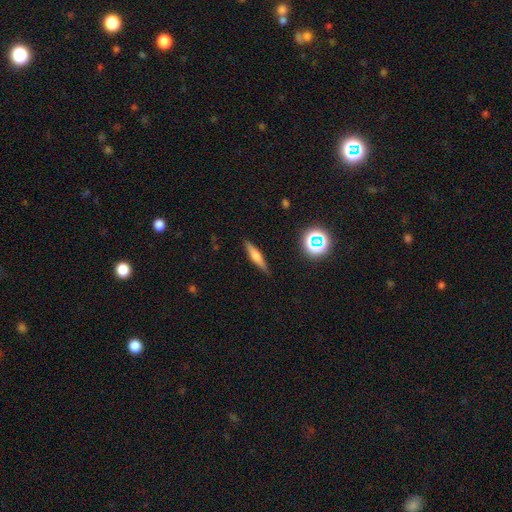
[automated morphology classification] This is possibly a smooth galaxy (51%). How rounded: clearly cigar-shaped (82%). Merging: clearly none (87%).